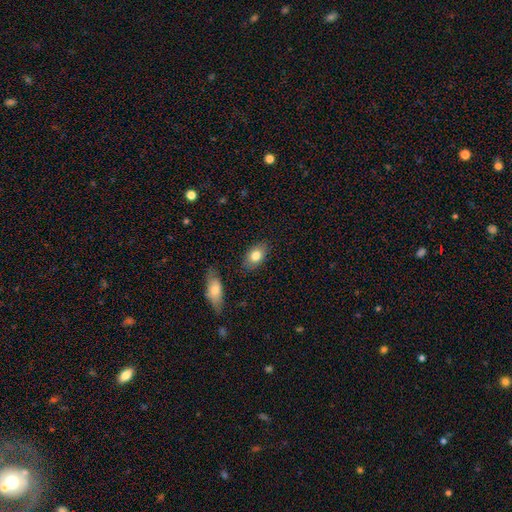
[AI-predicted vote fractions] Morphology: type=smooth (79%); roundness=in between (87%); merging=none (84%).